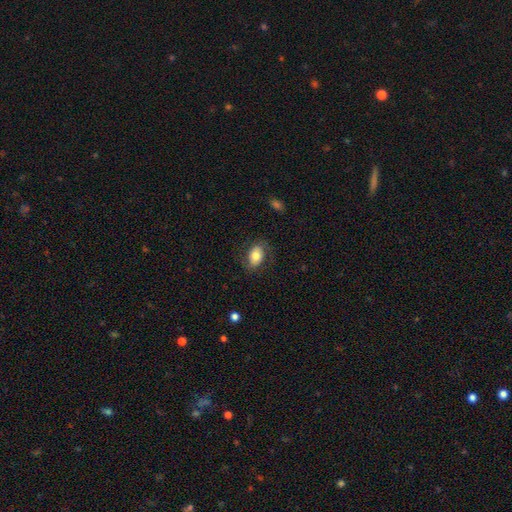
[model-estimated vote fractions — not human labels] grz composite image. It shows a smooth galaxy with no disk features (70%) that is in between round and cigar-shaped (84%). Merging: none (74%).